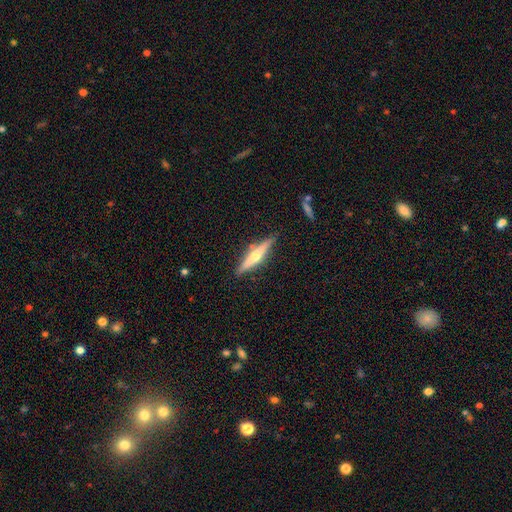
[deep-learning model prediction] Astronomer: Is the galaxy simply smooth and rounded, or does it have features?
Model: featured or disk — 69%.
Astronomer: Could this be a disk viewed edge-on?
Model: yes — 97%.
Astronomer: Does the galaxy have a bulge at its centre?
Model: rounded — 92%.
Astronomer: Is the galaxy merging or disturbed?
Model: none — 87%.